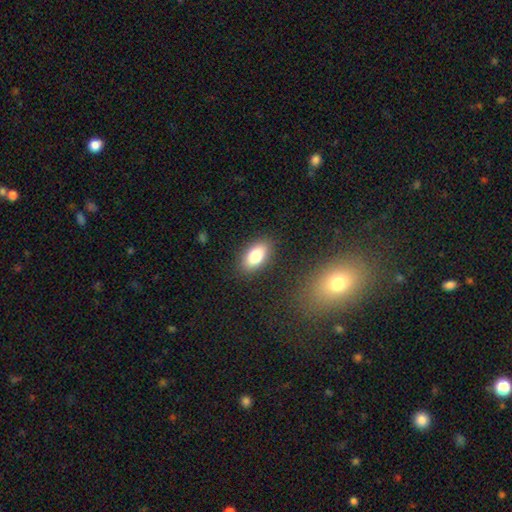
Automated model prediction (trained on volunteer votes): Smooth or featured: smooth — 80% (featured or disk — 12%)
How rounded: in between — 91% (round — 5%)
Merging: none — 87% (minor disturbance — 9%)